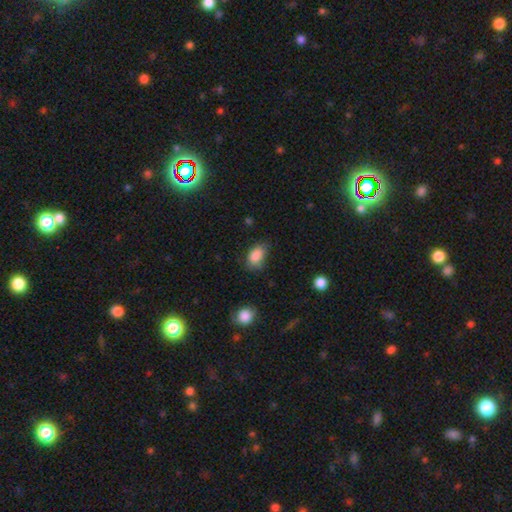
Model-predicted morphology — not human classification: Smooth or featured: smooth — 86% (star or artifact — 8%)
How rounded: in between — 85% (round — 13%)
Merging: none — 61% (minor disturbance — 30%)